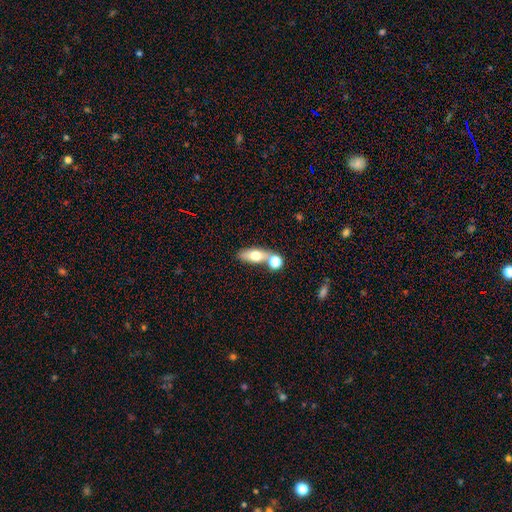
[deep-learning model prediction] The model was most divided on "merging": none: 51%, merger: 32%, minor disturbance: 12%, major disturbance: 5%. More confident: how rounded — in between (67%); smooth or featured — smooth (66%).